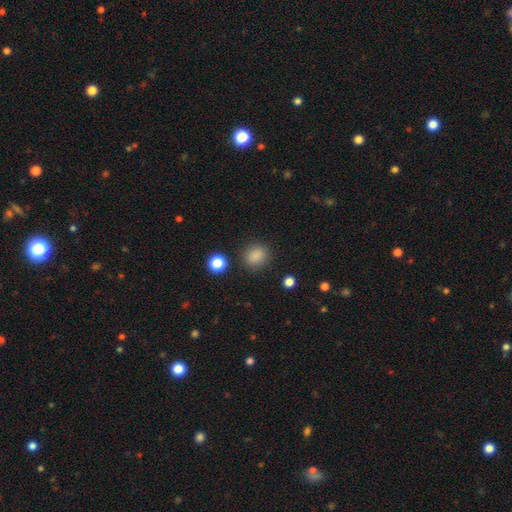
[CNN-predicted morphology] A smooth galaxy with no disk features (85%) that is round (67%). Merging: none (83%).